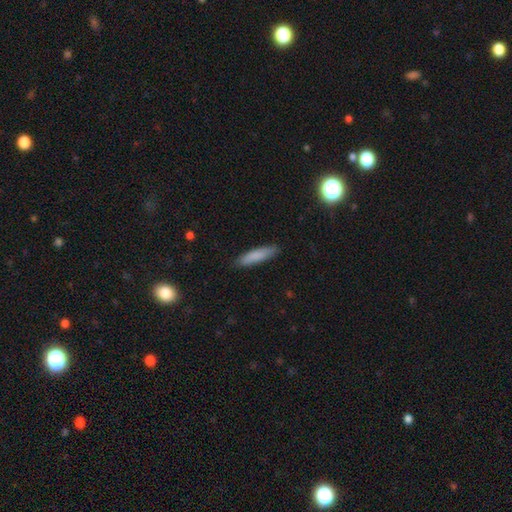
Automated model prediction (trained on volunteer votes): Smooth or featured: smooth — 84% (featured or disk — 10%)
How rounded: cigar-shaped — 77% (in between — 21%)
Merging: none — 88% (minor disturbance — 10%)